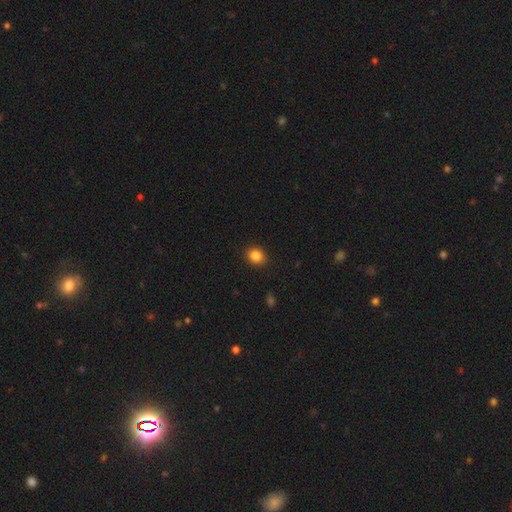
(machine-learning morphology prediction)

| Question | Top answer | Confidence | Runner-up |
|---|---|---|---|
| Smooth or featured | smooth | 85% | star or artifact (10%) |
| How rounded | round | 67% | in between (32%) |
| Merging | none | 90% | minor disturbance (7%) |